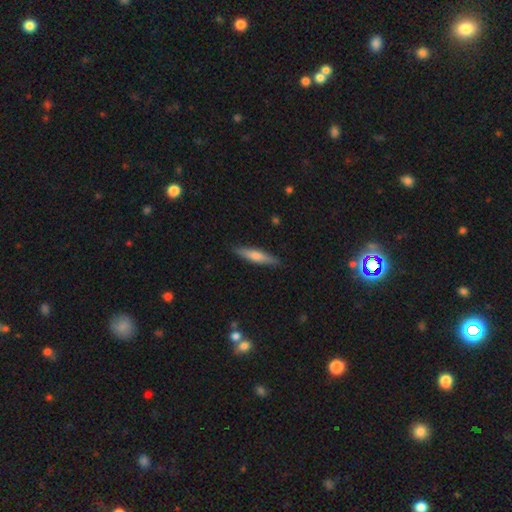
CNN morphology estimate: Overall: smooth (52%; featured or disk 42%). How rounded: cigar-shaped (85%). Merging: none (88%).